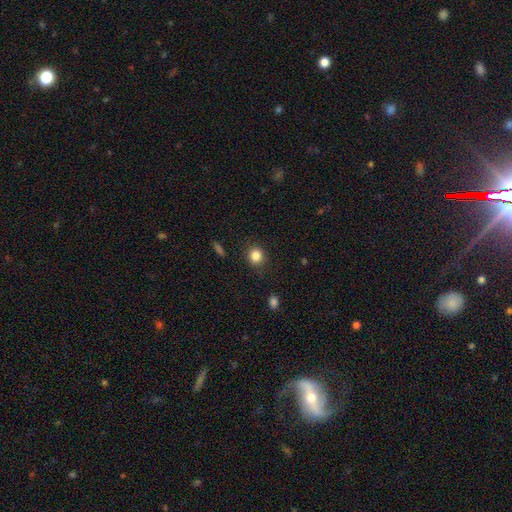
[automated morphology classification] smooth-or-featured: smooth: 84% | star or artifact: 11% | featured or disk: 5%
  how-rounded: round: 82% | in between: 17% | cigar-shaped: 1%
  merging: none: 87% | minor disturbance: 9% | major disturbance: 3% | merger: 1%